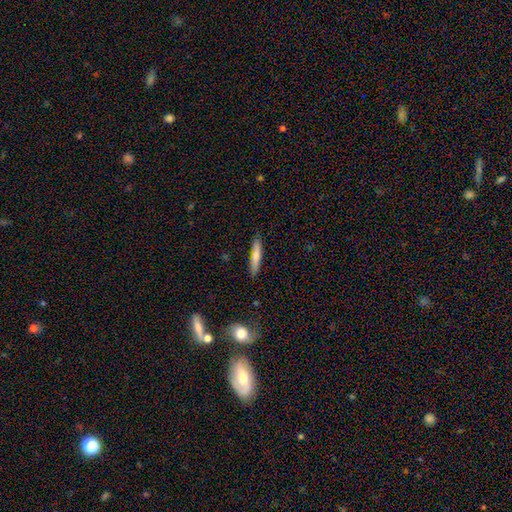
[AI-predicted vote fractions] Smooth or featured? Predicted: smooth (p=0.74). How rounded? Predicted: cigar-shaped (p=0.89). Merging? Predicted: none (p=0.87).